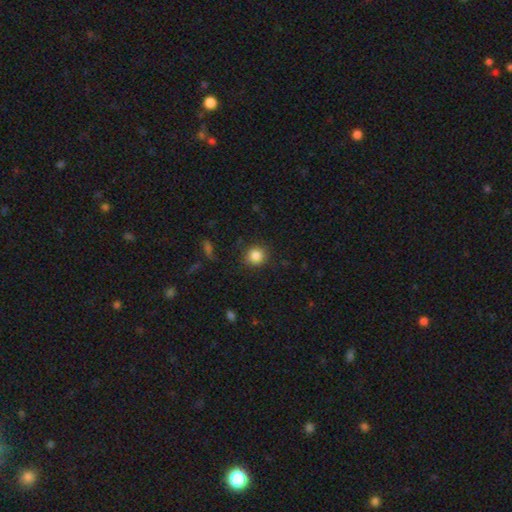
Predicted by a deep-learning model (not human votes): smooth 85%, star or artifact 11%, featured or disk 5%. Down the decision tree: how rounded — round (90%); merging — none (87%).